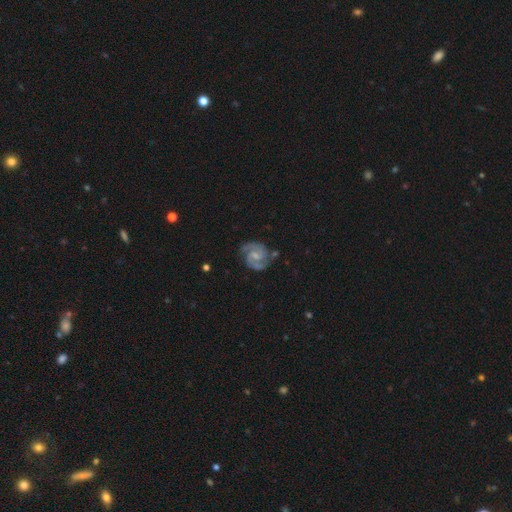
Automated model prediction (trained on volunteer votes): Smooth or featured? featured or disk (89%)
Edge-on disk? no (98%)
Bar? weak (53%)
Spiral arms? yes (98%)
Spiral winding? medium (51%)
Spiral arm count? 2 (89%)
Bulge size? small (46%)
Merging? none (77%)